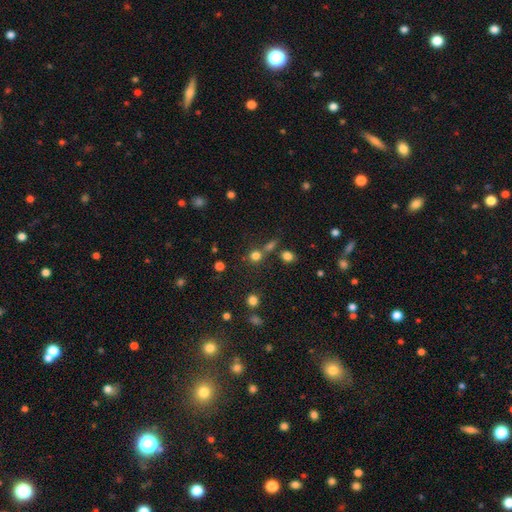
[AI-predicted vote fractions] smooth-or-featured: smooth: 74% | star or artifact: 19% | featured or disk: 7%
  how-rounded: round: 86% | in between: 12% | cigar-shaped: 1%
  merging: none: 62% | merger: 23% | minor disturbance: 10% | major disturbance: 5%